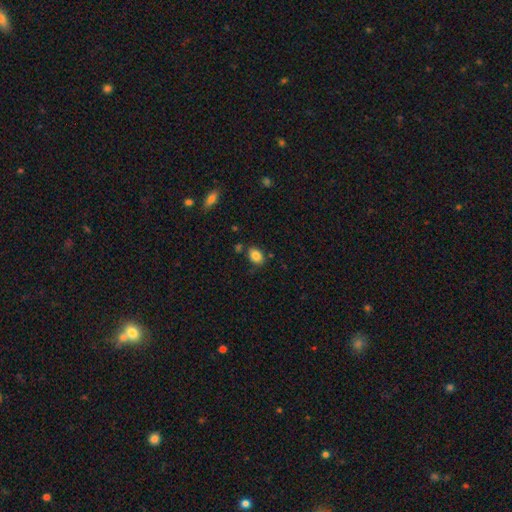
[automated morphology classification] This is clearly a smooth galaxy (84%). How rounded: likely in between (73%). Merging: likely none (76%).